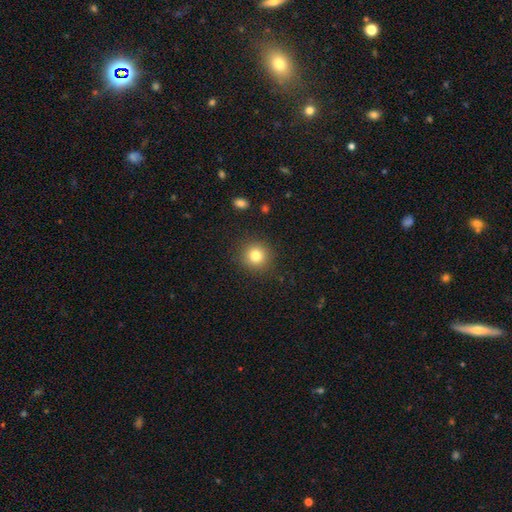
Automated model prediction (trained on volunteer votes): Morphology: type=smooth (81%); roundness=round (93%); merging=none (89%).